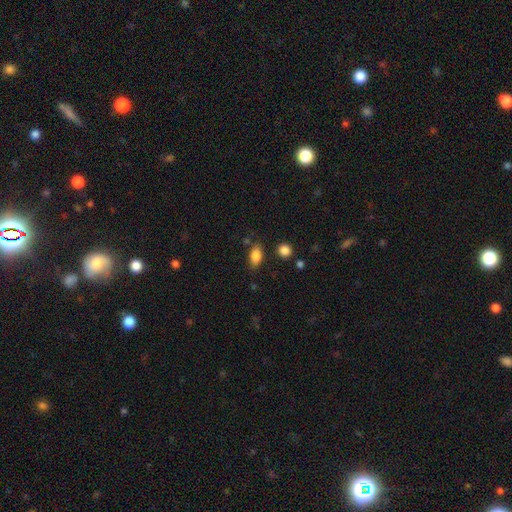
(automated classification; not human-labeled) This appears to be a smooth galaxy with no disk features (84%) that is in between round and cigar-shaped (87%). Merging: none (77%).